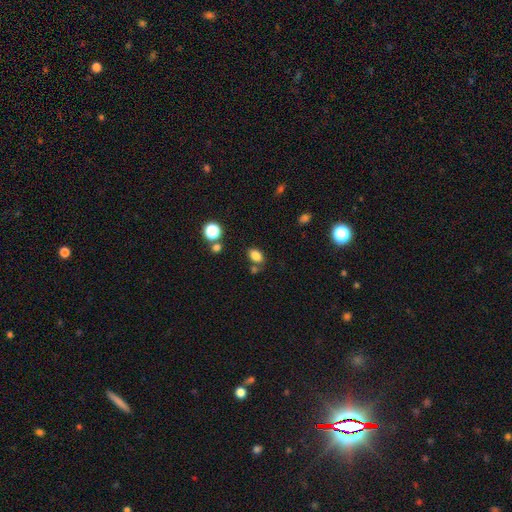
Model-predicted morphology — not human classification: A smooth galaxy with no disk features (82%) that is in between round and cigar-shaped (82%). Merging: none (70%).